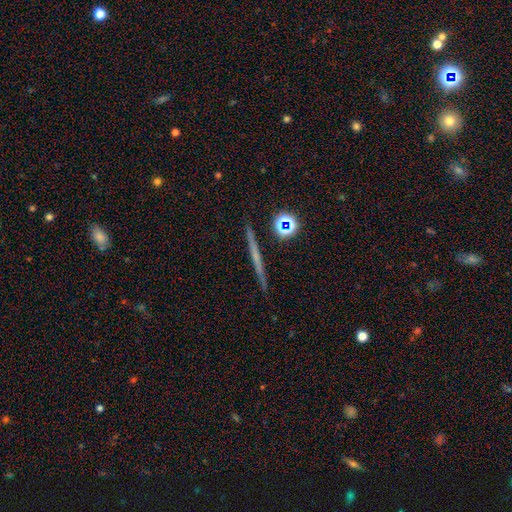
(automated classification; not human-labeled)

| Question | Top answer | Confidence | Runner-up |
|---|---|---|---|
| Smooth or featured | featured or disk | 54% | smooth (31%) |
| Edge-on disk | yes | 96% | no (4%) |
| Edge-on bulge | none | 82% | rounded (14%) |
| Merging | none | 91% | minor disturbance (6%) |